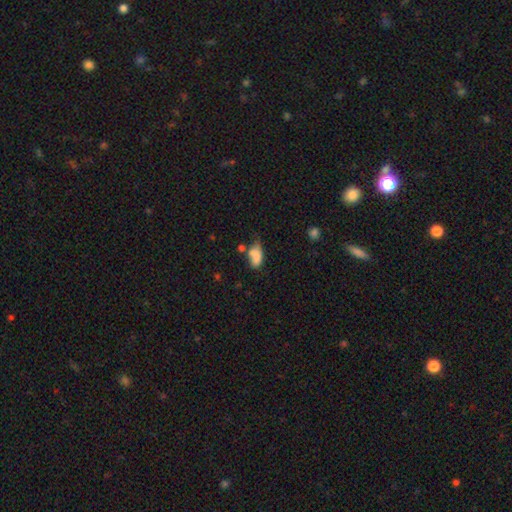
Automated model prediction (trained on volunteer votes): A smooth galaxy with no disk features (79%) that is in between round and cigar-shaped (89%). Merging: none (35%).